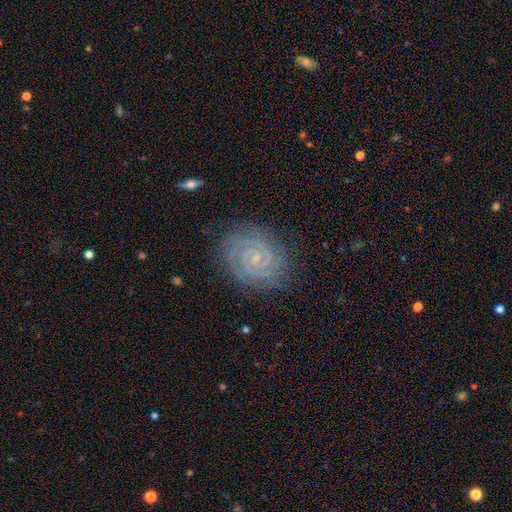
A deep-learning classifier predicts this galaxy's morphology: Smooth or featured? Predicted: featured or disk (p=0.64). Edge-on disk? Predicted: no (p=0.97). Bar? Predicted: no (p=0.74). Spiral arms? Predicted: yes (p=0.93). Spiral winding? Predicted: tight (p=0.77). Spiral arm count? Predicted: can't tell (p=0.40). Bulge size? Predicted: small (p=0.80). Merging? Predicted: none (p=0.84).